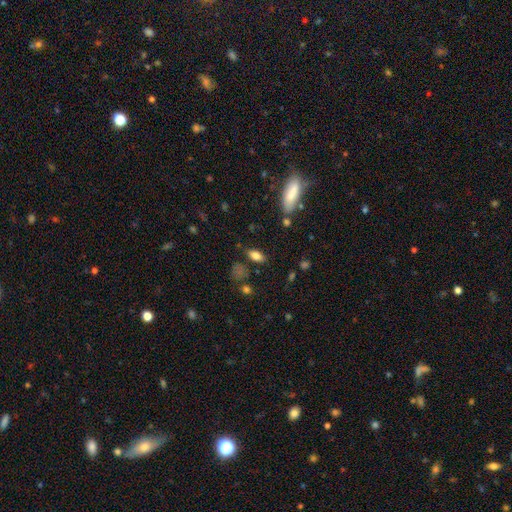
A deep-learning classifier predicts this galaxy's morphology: type=smooth (78%); roundness=in between (83%); merging=none (78%).